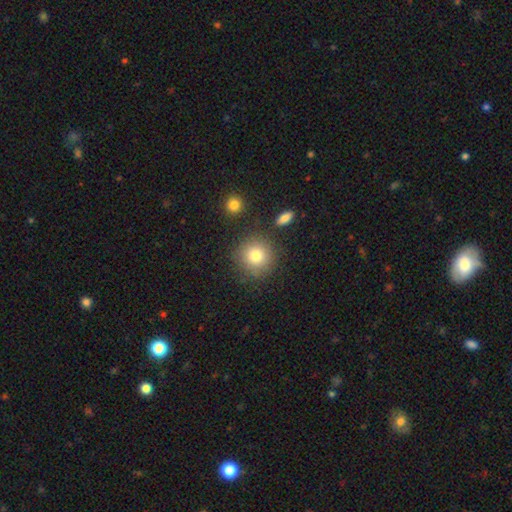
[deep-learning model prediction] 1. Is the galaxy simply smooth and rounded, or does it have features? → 81% smooth, 10% star or artifact, 9% featured or disk.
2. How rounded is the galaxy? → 91% round, 8% in between, 1% cigar-shaped.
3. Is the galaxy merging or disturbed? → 82% none, 9% minor disturbance, 5% merger, 3% major disturbance.